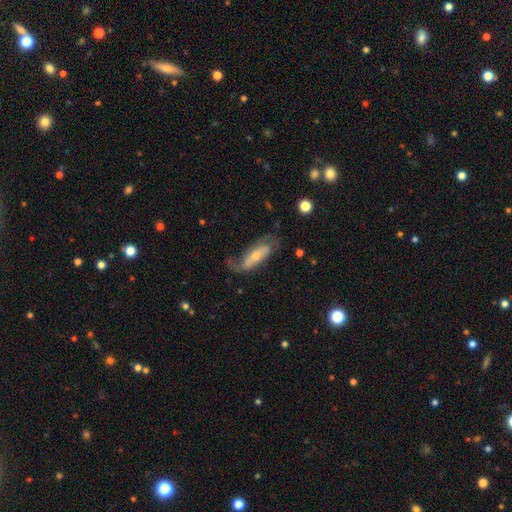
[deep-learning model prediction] Overall: featured or disk (68%). Edge-on disk: no (81%). Bar: no (51%; weak 28%). Spiral arms: yes (83%). Bulge size: small (47%, tied with moderate). Merging: none (54%; minor disturbance 24%).